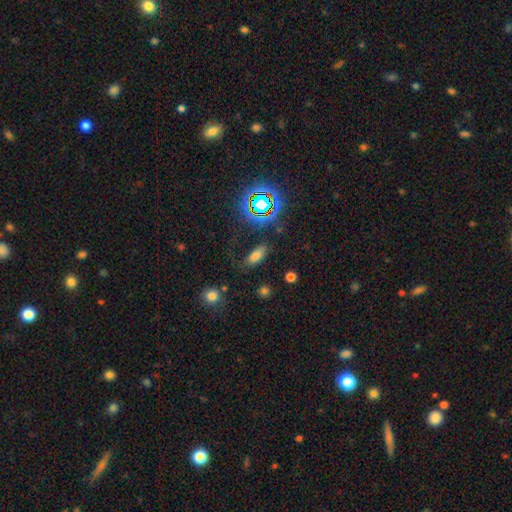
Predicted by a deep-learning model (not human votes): Smooth or featured? Predicted: smooth (p=0.68). How rounded? Predicted: in between (p=0.83). Merging? Predicted: none (p=0.75).